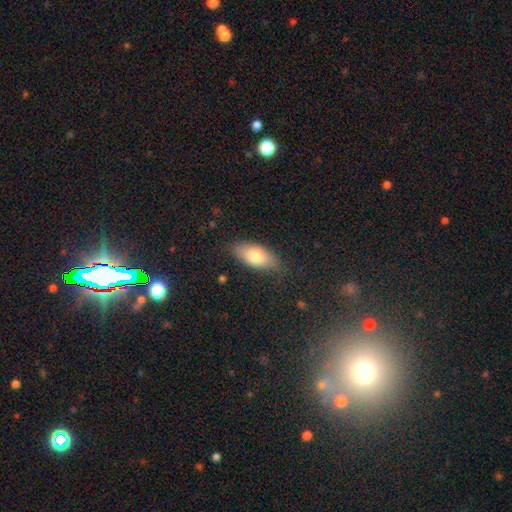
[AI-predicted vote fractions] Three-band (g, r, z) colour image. It shows a smooth galaxy with no disk features (78%) that is in between round and cigar-shaped (88%). Merging: none (80%).